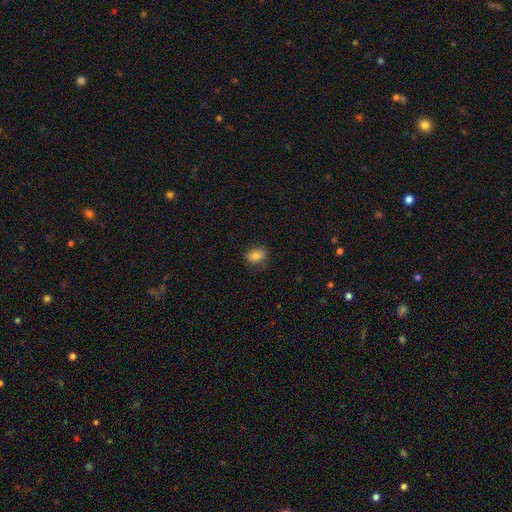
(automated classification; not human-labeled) A smooth galaxy with no disk features (83%) that is in between round and cigar-shaped (82%).

Vote fractions:
- Smooth or featured? smooth: 83% / star or artifact: 9% / featured or disk: 8%
- How rounded? in between: 82% / round: 16% / cigar-shaped: 2%
- Merging? none: 78% / minor disturbance: 17% / major disturbance: 4% / merger: 1%